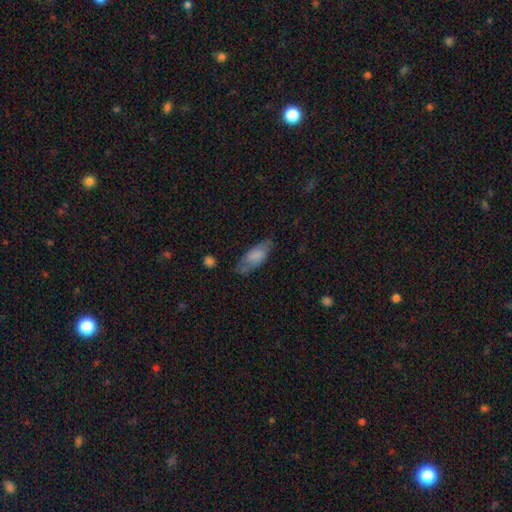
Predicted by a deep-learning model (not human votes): A smooth galaxy with no disk features (75%) that is in between round and cigar-shaped (77%).

Vote fractions:
- Smooth or featured? smooth: 75% / featured or disk: 18% / star or artifact: 7%
- How rounded? in between: 77% / cigar-shaped: 21% / round: 2%
- Merging? none: 63% / minor disturbance: 26% / major disturbance: 8% / merger: 2%